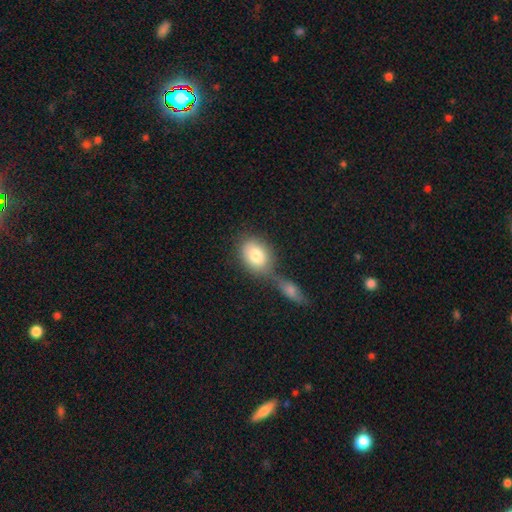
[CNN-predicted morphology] Overall: smooth (80%). How rounded: in between (68%; round 30%). Merging: none (47%; merger 36%).